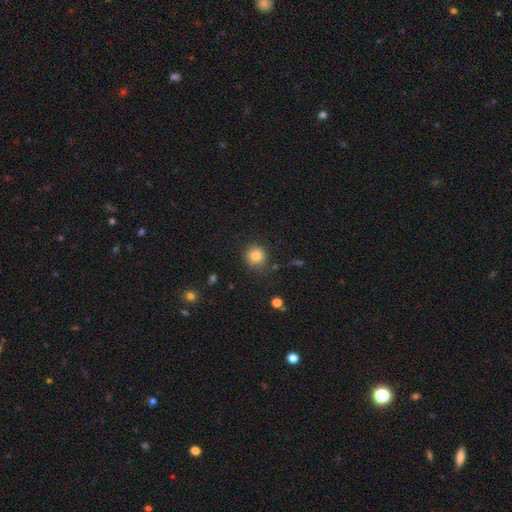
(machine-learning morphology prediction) A smooth galaxy with no disk features (81%) that is round (93%).

Vote fractions:
- Smooth or featured? smooth: 81% / star or artifact: 12% / featured or disk: 7%
- How rounded? round: 93% / in between: 6% / cigar-shaped: 1%
- Merging? none: 86% / minor disturbance: 9% / major disturbance: 3% / merger: 2%